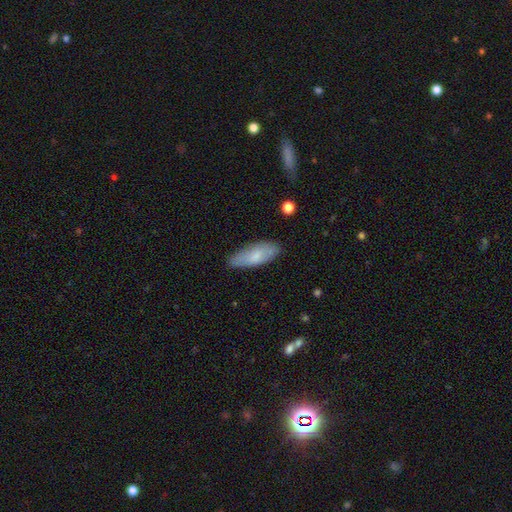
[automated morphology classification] Smooth or featured?
  - smooth: 76% *
  - featured or disk: 18%
  - star or artifact: 6%
How rounded?
  - in between: 67% *
  - cigar-shaped: 31%
  - round: 2%
Merging?
  - none: 80% *
  - minor disturbance: 16%
  - major disturbance: 3%
  - merger: 1%